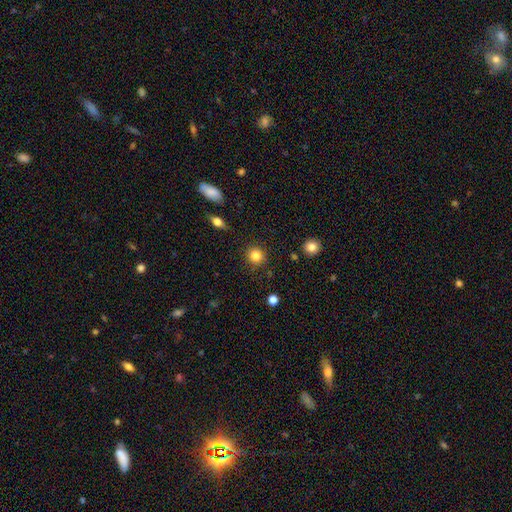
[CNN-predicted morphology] Q: Smooth or featured?
A: smooth (84%); runner-up: star or artifact (11%)
Q: How rounded?
A: round (93%); runner-up: in between (6%)
Q: Merging?
A: none (90%); runner-up: minor disturbance (6%)